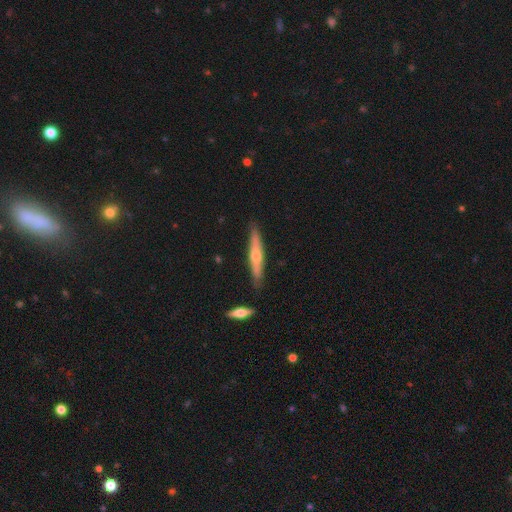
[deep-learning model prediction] Smooth or featured: featured or disk — 51% (smooth — 43%)
Edge-on disk: yes — 94% (no — 6%)
Merging: none — 85% (minor disturbance — 10%)